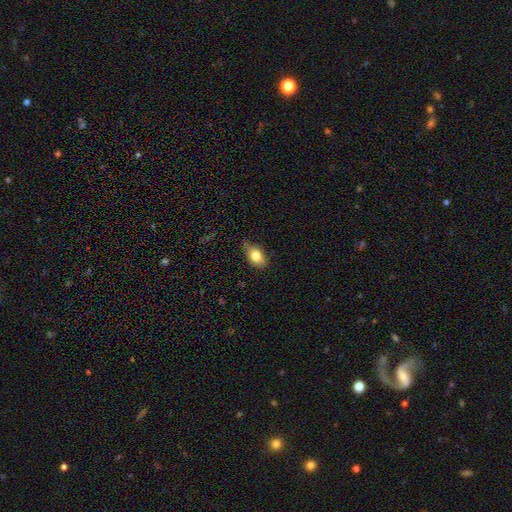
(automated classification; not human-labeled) This appears to be a smooth galaxy with no disk features (77%) that is in between round and cigar-shaped (83%). Merging: none (66%).